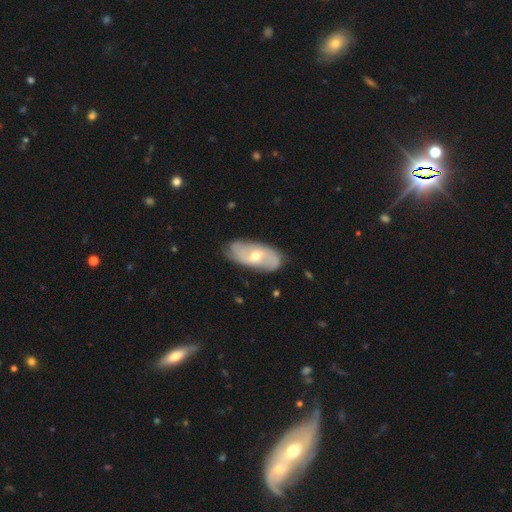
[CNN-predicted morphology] Smooth or featured?
  - featured or disk: 66% *
  - smooth: 28%
  - star or artifact: 6%
Edge-on disk?
  - no: 90% *
  - yes: 10%
Bar?
  - no: 57% *
  - weak: 34%
  - strong: 8%
Spiral arms?
  - yes: 79% *
  - no: 21%
Bulge size?
  - moderate: 63% *
  - small: 33%
  - large: 2%
  - none: 1%
  - dominant: 1%
Merging?
  - none: 79% *
  - minor disturbance: 16%
  - major disturbance: 3%
  - merger: 1%